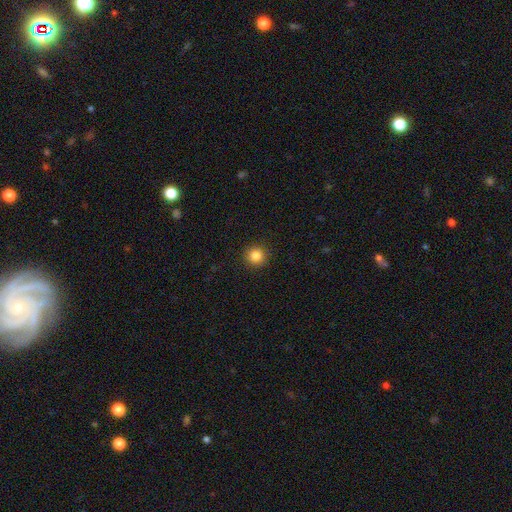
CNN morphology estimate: This is clearly a smooth galaxy (85%). How rounded: clearly round (95%). Merging: clearly none (92%).